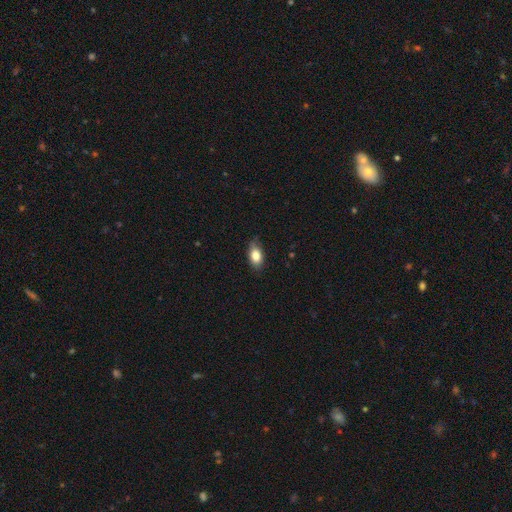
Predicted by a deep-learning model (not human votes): The model was most divided on "merging": none: 78%, minor disturbance: 18%, major disturbance: 3%, merger: 1%. More confident: how rounded — in between (88%); smooth or featured — smooth (82%).